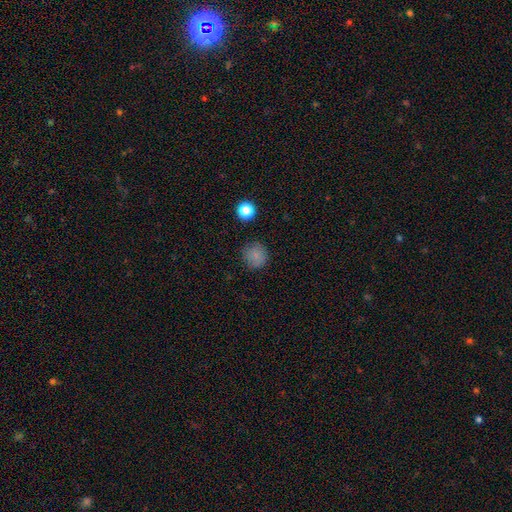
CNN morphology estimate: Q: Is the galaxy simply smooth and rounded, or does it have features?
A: smooth — 80%.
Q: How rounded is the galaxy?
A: round — 92%.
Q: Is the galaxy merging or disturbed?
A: none — 84%.